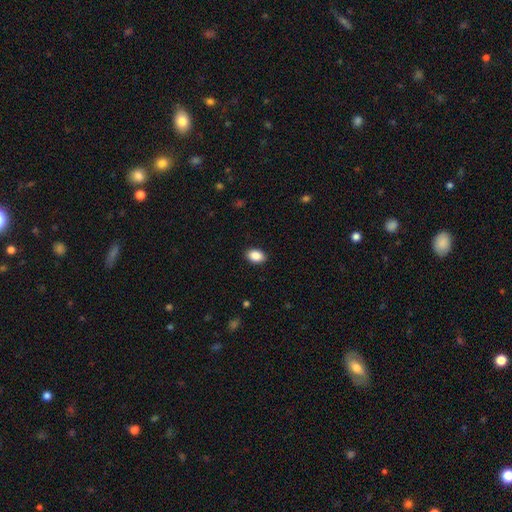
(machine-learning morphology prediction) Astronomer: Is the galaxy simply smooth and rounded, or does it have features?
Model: smooth — 89%.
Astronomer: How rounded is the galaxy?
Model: in between — 85%.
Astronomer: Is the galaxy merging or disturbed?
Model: none — 90%.